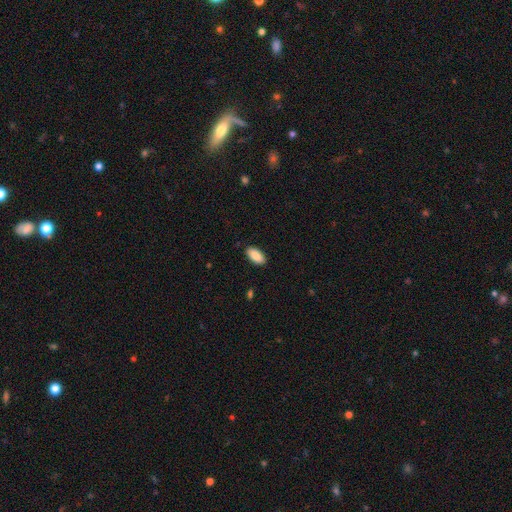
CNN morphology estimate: smooth_or_featured: smooth (p=0.88) [alt: star or artifact p=0.06]
how_rounded: in between (p=0.93) [alt: cigar-shaped p=0.05]
merging: none (p=0.89) [alt: minor disturbance p=0.08]